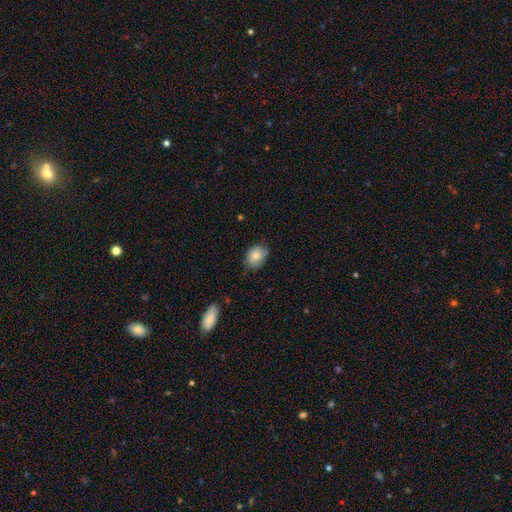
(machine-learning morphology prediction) This appears to be a smooth galaxy with no disk features (82%) that is in between round and cigar-shaped (65%). Merging: none (68%).